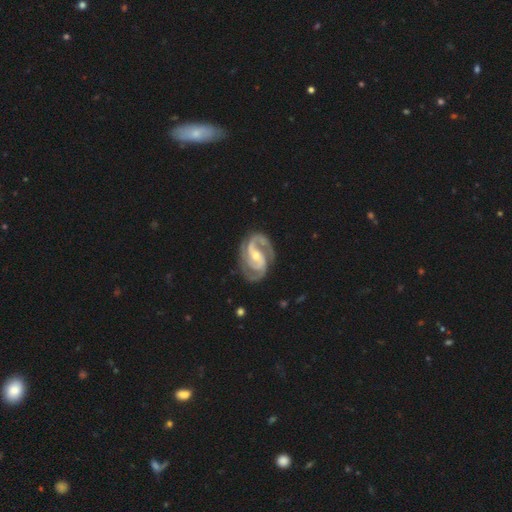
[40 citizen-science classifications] Smooth or featured?
  - featured or disk: 92% *
  - star or artifact: 5%
  - smooth: 2%
Edge-on disk?
  - no: 100% *
  - yes: 0%
Bar?
  - no: 51% *
  - weak: 27%
  - strong: 22%
Spiral arms?
  - yes: 100% *
  - no: 0%
Spiral winding?
  - medium: 49% *
  - tight: 35%
  - loose: 16%
Spiral arm count?
  - 3: 54% *
  - 2: 35%
  - can't tell: 5%
  - 1: 3%
  - 4: 3%
  - more than 4: 0%
Bulge size?
  - moderate: 54% *
  - small: 41%
  - large: 5%
  - dominant: 0%
  - none: 0%
Merging?
  - none: 76% *
  - minor disturbance: 16%
  - major disturbance: 8%
  - merger: 0%